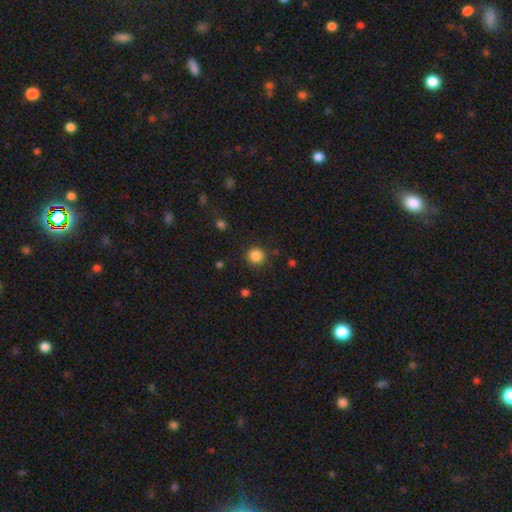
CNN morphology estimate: A smooth galaxy with no disk features (86%) that is round (94%).

Vote fractions:
- Smooth or featured? smooth: 86% / star or artifact: 11% / featured or disk: 3%
- How rounded? round: 94% / in between: 5% / cigar-shaped: 1%
- Merging? none: 89% / minor disturbance: 7% / major disturbance: 3% / merger: 2%